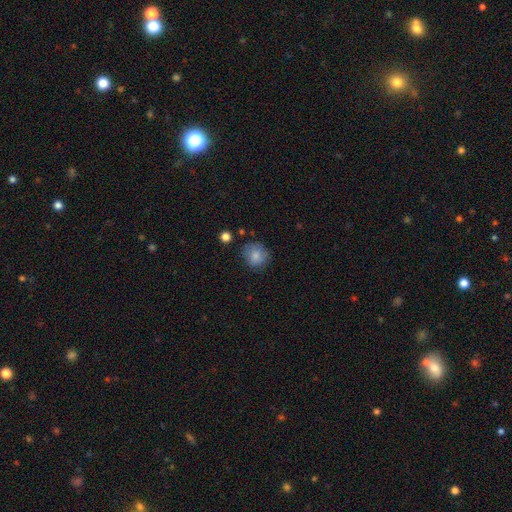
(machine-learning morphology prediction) Smooth or featured?
  - smooth: 83% *
  - star or artifact: 9%
  - featured or disk: 8%
How rounded?
  - round: 84% *
  - in between: 15%
  - cigar-shaped: 1%
Merging?
  - none: 76% *
  - minor disturbance: 17%
  - major disturbance: 4%
  - merger: 3%